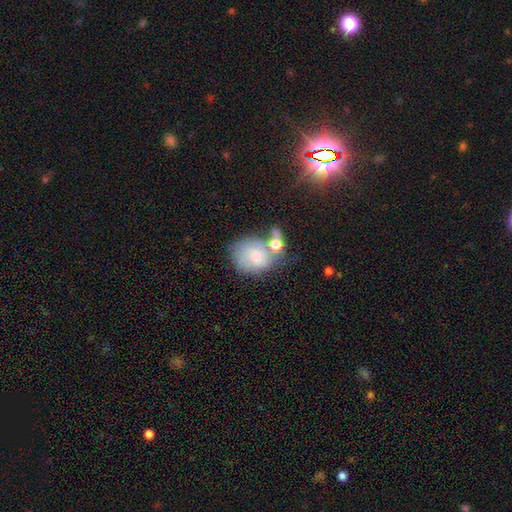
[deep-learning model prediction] Q: Smooth or featured?
A: smooth (63%); runner-up: featured or disk (27%)
Q: How rounded?
A: round (57%); runner-up: in between (42%)
Q: Merging?
A: merger (35%); runner-up: none (33%)